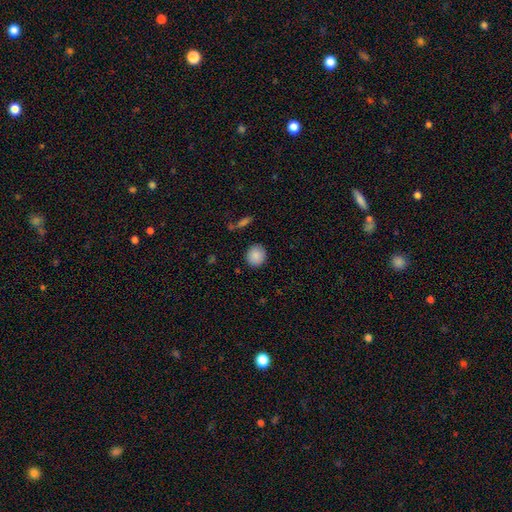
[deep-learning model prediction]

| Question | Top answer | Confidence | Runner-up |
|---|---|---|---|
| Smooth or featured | smooth | 88% | star or artifact (8%) |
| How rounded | round | 84% | in between (15%) |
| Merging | none | 89% | minor disturbance (7%) |